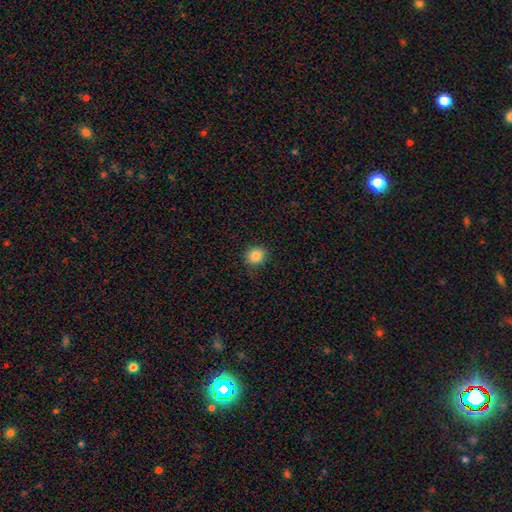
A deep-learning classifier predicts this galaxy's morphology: Smooth or featured: smooth — 84% (star or artifact — 11%)
How rounded: round — 82% (in between — 17%)
Merging: none — 88% (minor disturbance — 9%)